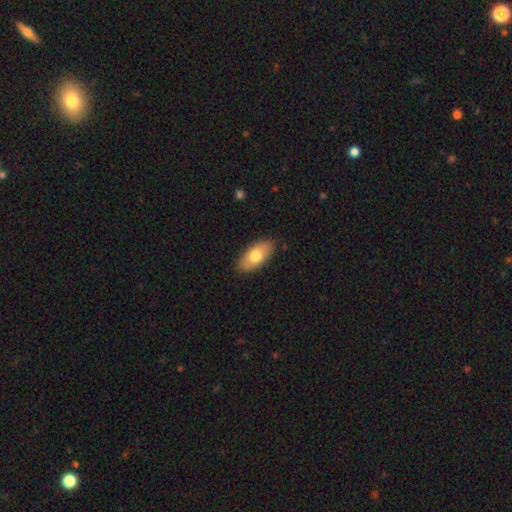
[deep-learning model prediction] Smooth or featured?
  - smooth: 73% *
  - featured or disk: 21%
  - star or artifact: 6%
How rounded?
  - in between: 90% *
  - cigar-shaped: 7%
  - round: 3%
Merging?
  - none: 87% *
  - minor disturbance: 10%
  - major disturbance: 2%
  - merger: 1%